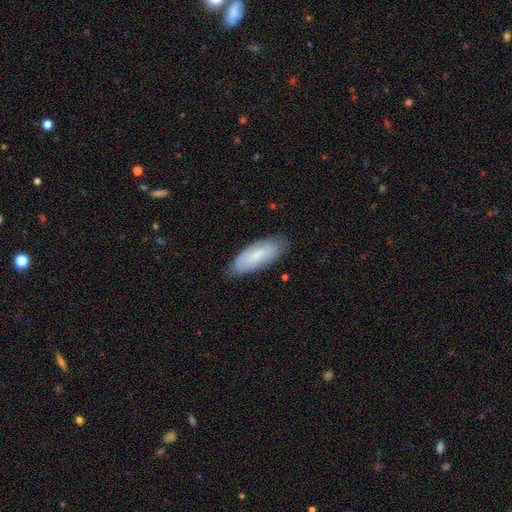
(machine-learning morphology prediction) Overall: smooth (68%). How rounded: in between (74%). Merging: none (80%).